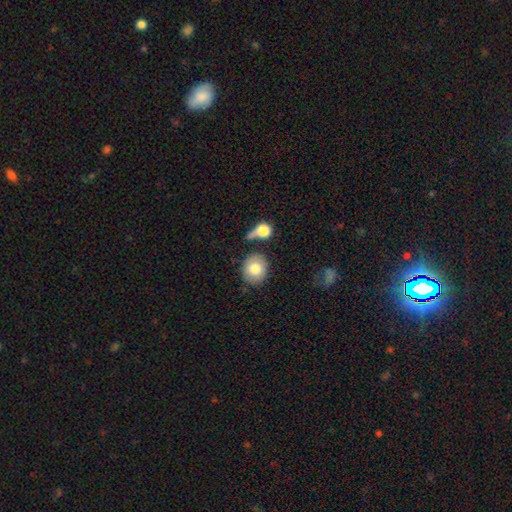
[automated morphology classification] This is possibly a smooth galaxy (51%). How rounded: clearly round (84%). Merging: likely none (79%).